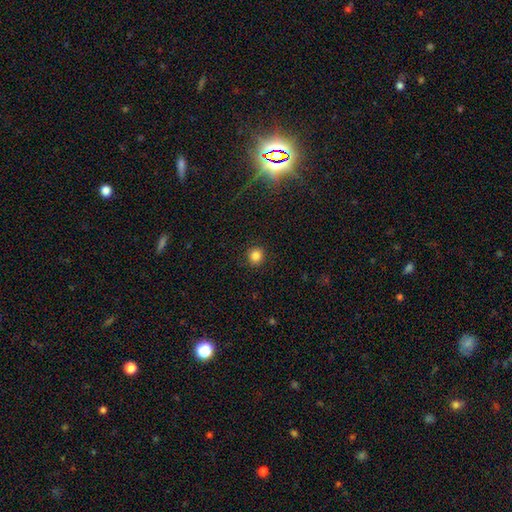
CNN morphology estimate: A smooth galaxy with no disk features (84%) that is round (93%). Merging: none (91%).